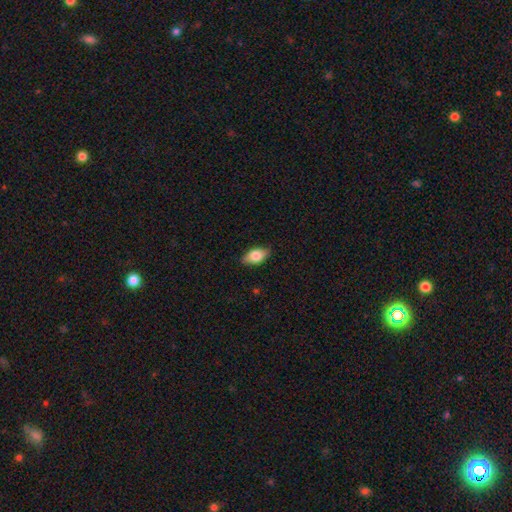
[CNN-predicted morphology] A smooth galaxy with no disk features (79%) that is in between round and cigar-shaped (91%). Merging: none (86%).